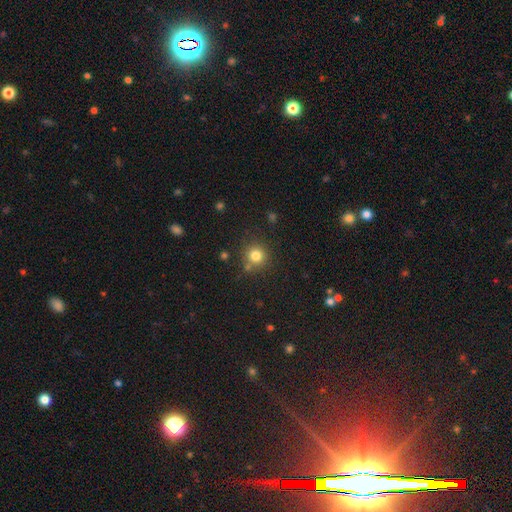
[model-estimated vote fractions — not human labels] A smooth galaxy with no disk features (80%) that is round (93%). Merging: none (79%).